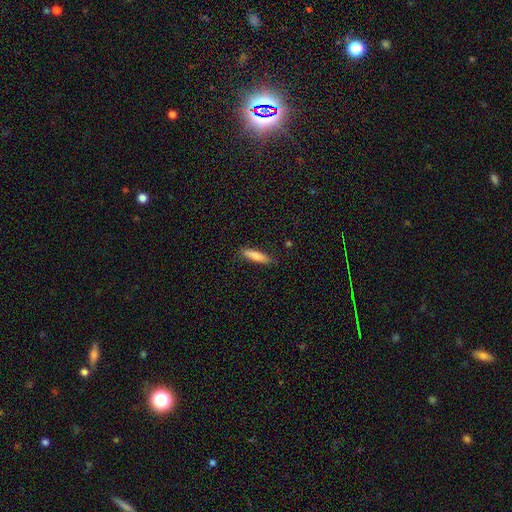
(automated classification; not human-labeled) Smooth or featured: smooth — 79% (featured or disk — 15%)
How rounded: cigar-shaped — 78% (in between — 21%)
Merging: none — 86% (minor disturbance — 11%)